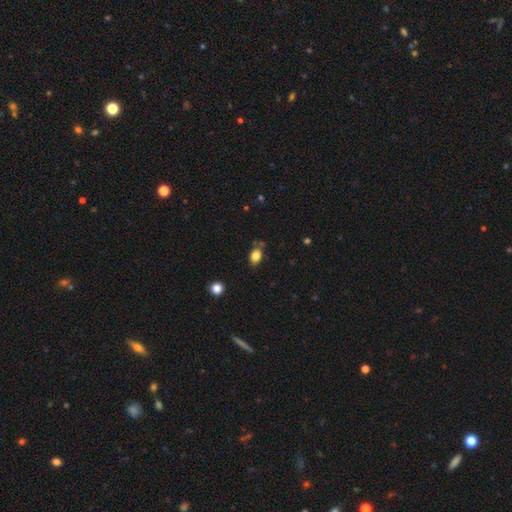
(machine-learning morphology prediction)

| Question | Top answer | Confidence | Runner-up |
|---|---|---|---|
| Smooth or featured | smooth | 83% | star or artifact (10%) |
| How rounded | in between | 77% | round (21%) |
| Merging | none | 74% | minor disturbance (16%) |